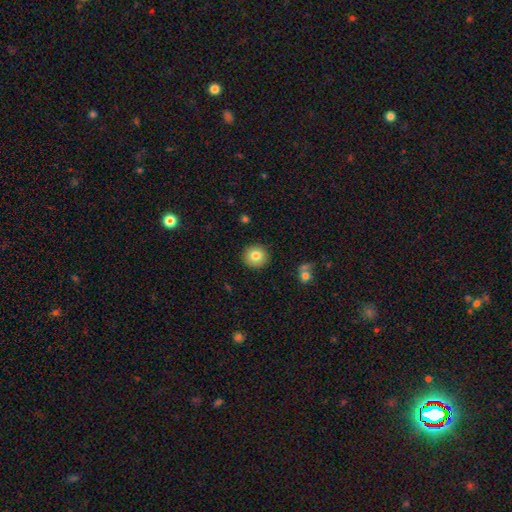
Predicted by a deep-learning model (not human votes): A smooth galaxy with no disk features (81%) that is round (92%). Merging: none (91%).